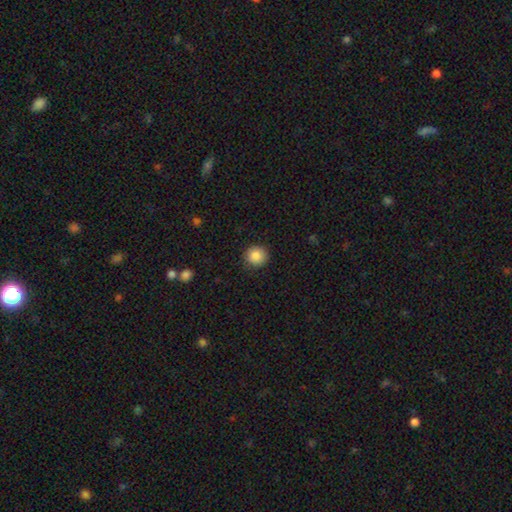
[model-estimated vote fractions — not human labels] smooth_or_featured: smooth (p=0.87) [alt: star or artifact p=0.09]
how_rounded: round (p=0.93) [alt: in between p=0.07]
merging: none (p=0.90) [alt: minor disturbance p=0.07]